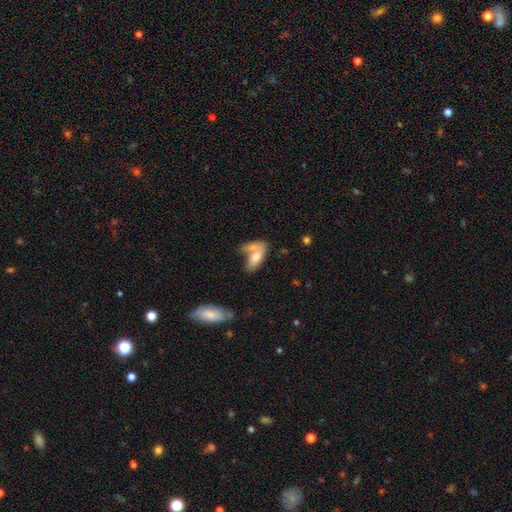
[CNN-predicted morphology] The model was most divided on "merging": merger: 48%, none: 28%, minor disturbance: 14%, major disturbance: 11%. More confident: how rounded — in between (85%); smooth or featured — smooth (73%).